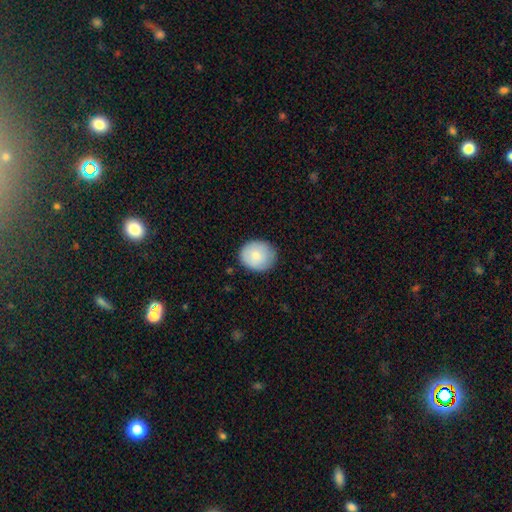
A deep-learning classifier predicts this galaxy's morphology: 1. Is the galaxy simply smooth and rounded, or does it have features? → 80% smooth, 13% featured or disk, 7% star or artifact.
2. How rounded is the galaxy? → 74% round, 25% in between, 1% cigar-shaped.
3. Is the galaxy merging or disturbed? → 81% none, 15% minor disturbance, 3% major disturbance, 1% merger.